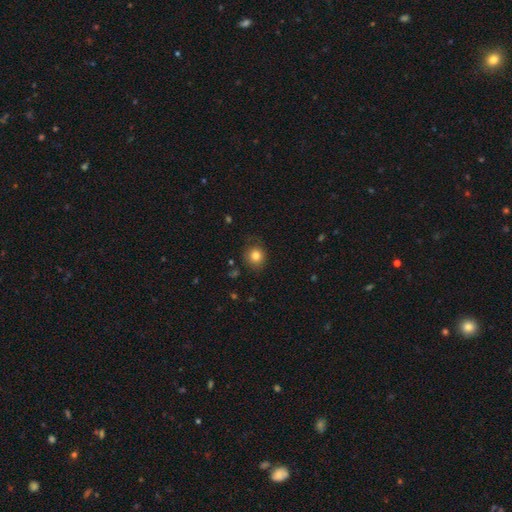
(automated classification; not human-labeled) smooth 81%, star or artifact 11%, featured or disk 8%. Down the decision tree: how rounded — round (84%); merging — none (78%).